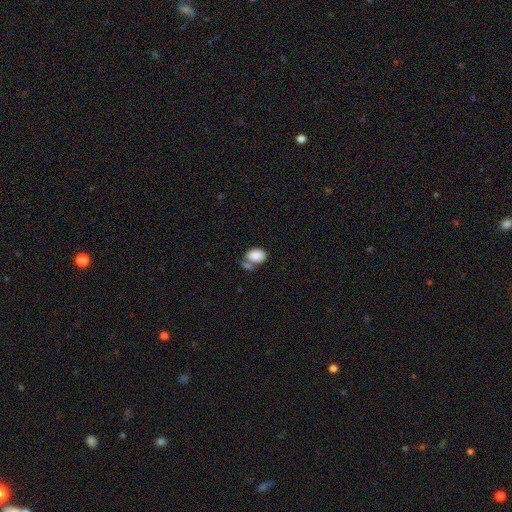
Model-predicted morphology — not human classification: Smooth or featured: smooth — 86% (star or artifact — 8%)
How rounded: in between — 82% (round — 17%)
Merging: none — 41% (merger — 37%)